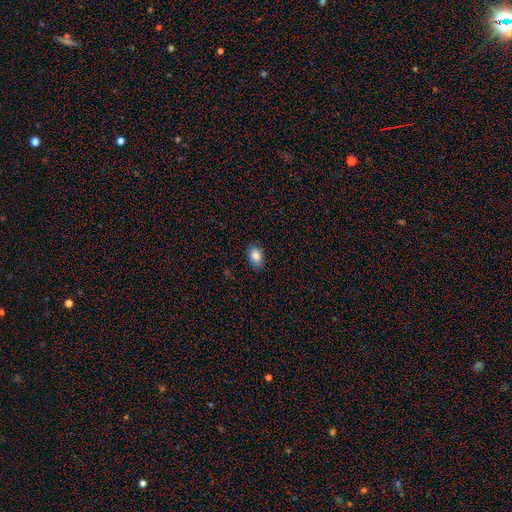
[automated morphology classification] The model was most divided on "how rounded": in between: 80%, round: 19%, cigar-shaped: 1%. More confident: merging — none (86%); smooth or featured — smooth (85%).